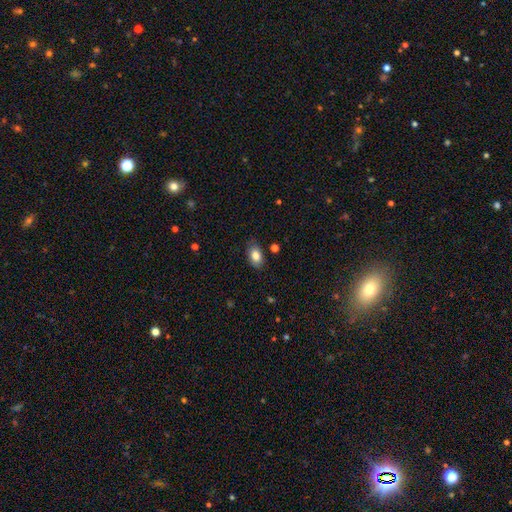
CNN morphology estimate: Overall: smooth (83%). How rounded: in between (90%). Merging: none (82%).